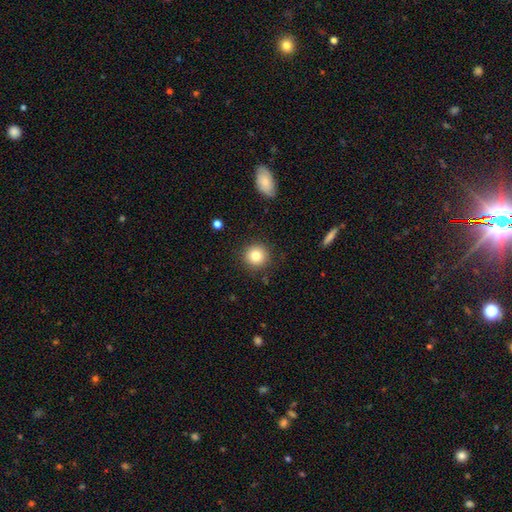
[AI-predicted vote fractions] Smooth or featured: smooth — 82% (star or artifact — 10%)
How rounded: round — 94% (in between — 5%)
Merging: none — 89% (minor disturbance — 7%)